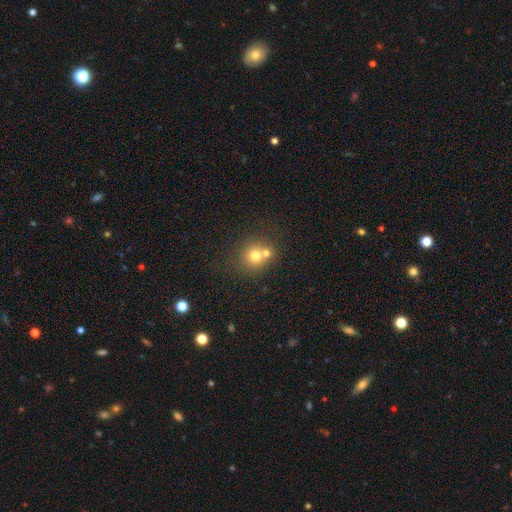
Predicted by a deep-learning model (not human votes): Overall: smooth (71%). How rounded: round (84%). Merging: merger (46%; none 44%).